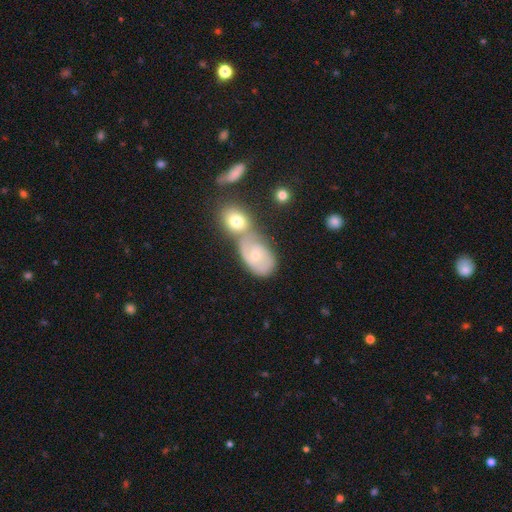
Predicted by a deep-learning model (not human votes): A featured or disk galaxy (53%) with no bar (76%), spiral arms (72%) and a small central bulge (57%). Merging: merger (46%).